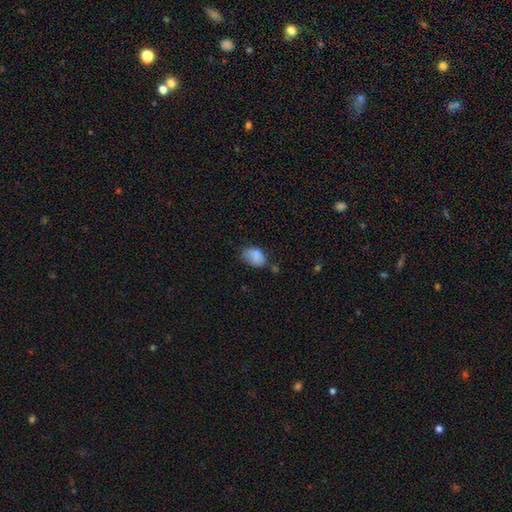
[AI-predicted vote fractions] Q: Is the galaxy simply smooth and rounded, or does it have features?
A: smooth — 82%.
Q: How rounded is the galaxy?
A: in between — 80%.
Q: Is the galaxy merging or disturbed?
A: none — 50%.